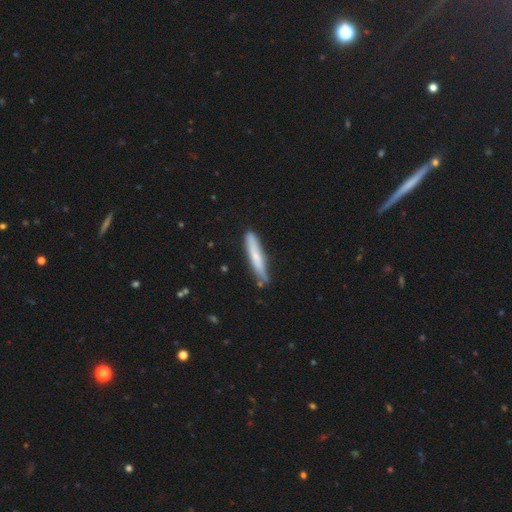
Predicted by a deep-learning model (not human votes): A smooth galaxy with no disk features (60%) that is cigar-shaped (93%).

Vote fractions:
- Smooth or featured? smooth: 60% / featured or disk: 34% / star or artifact: 6%
- How rounded? cigar-shaped: 93% / in between: 6% / round: 1%
- Merging? none: 77% / minor disturbance: 17% / merger: 3% / major disturbance: 3%